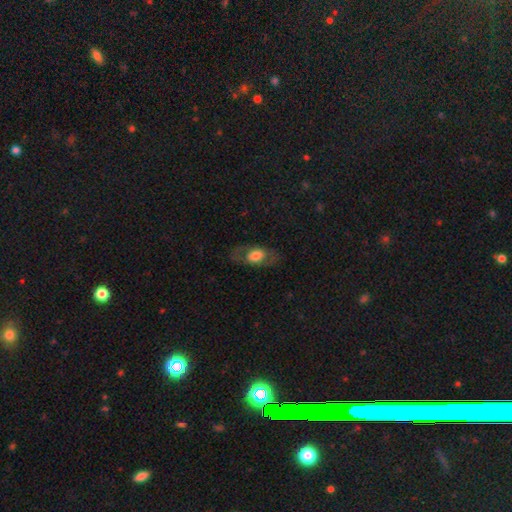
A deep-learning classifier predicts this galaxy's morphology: This appears to be a smooth galaxy with no disk features (53%) that is in between round and cigar-shaped (83%). Merging: none (75%).